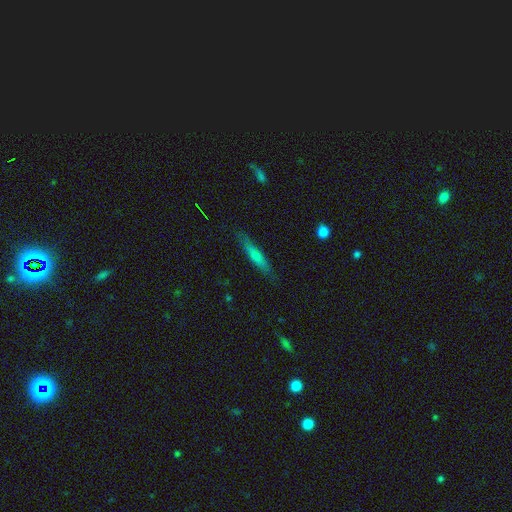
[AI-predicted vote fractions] Smooth or featured: smooth — 55% (featured or disk — 38%)
How rounded: cigar-shaped — 90% (in between — 9%)
Merging: none — 86% (minor disturbance — 10%)